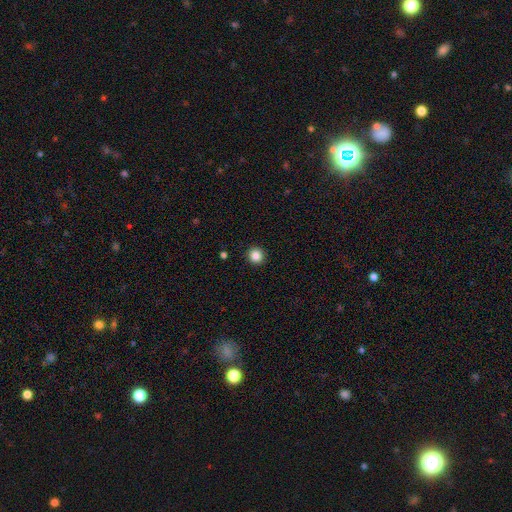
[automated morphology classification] Smooth or featured: smooth — 85% (star or artifact — 11%)
How rounded: round — 94% (in between — 5%)
Merging: none — 93% (minor disturbance — 4%)